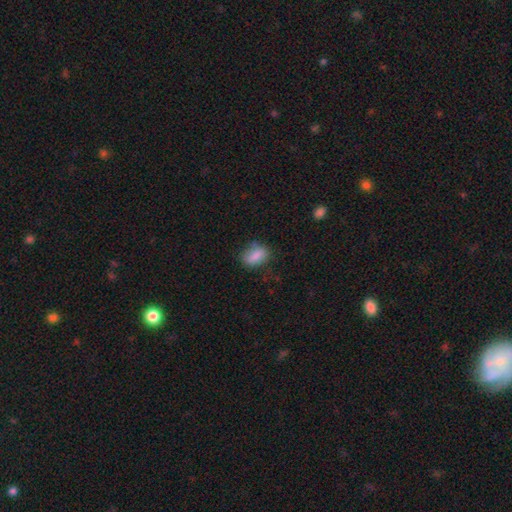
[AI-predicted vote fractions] Q: Smooth or featured?
A: smooth (82%); runner-up: featured or disk (9%)
Q: How rounded?
A: in between (81%); runner-up: round (15%)
Q: Merging?
A: none (68%); runner-up: minor disturbance (23%)